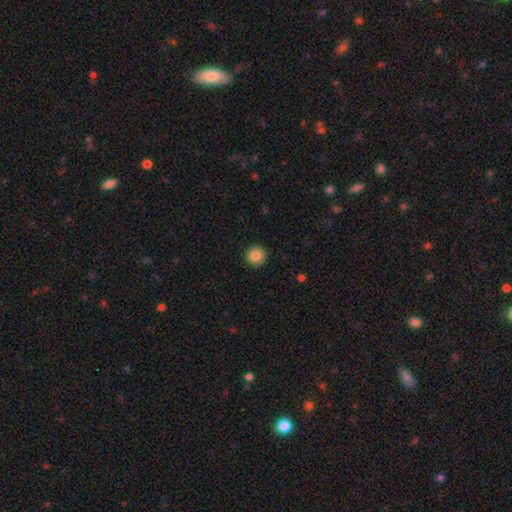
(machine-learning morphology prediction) Smooth or featured? smooth (86%)
How rounded? round (95%)
Merging? none (93%)